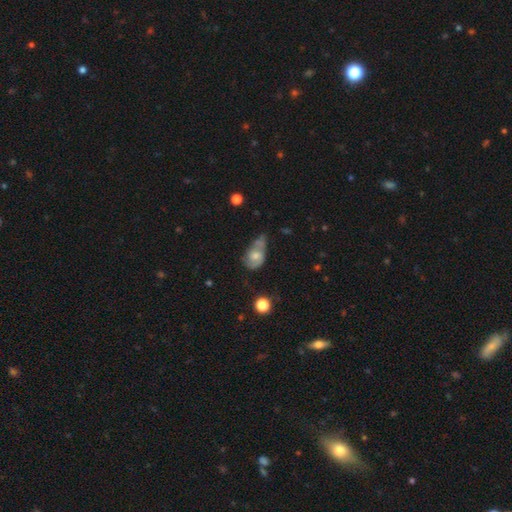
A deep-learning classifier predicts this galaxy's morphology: smooth 48%, featured or disk 43%, star or artifact 10%. Down the decision tree: merging — minor disturbance (31%).